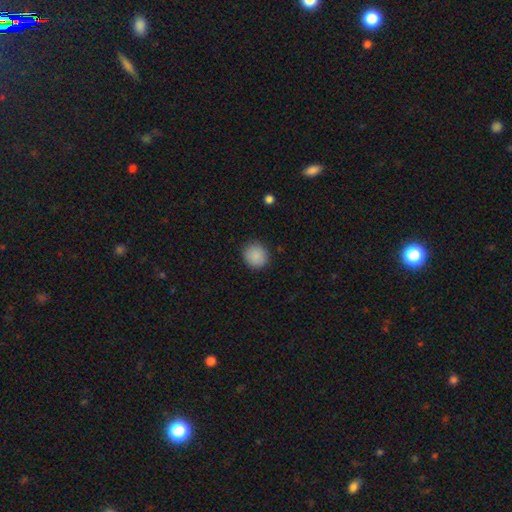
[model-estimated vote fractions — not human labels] This appears to be a smooth galaxy with no disk features (88%) that is round (89%). Merging: none (89%).